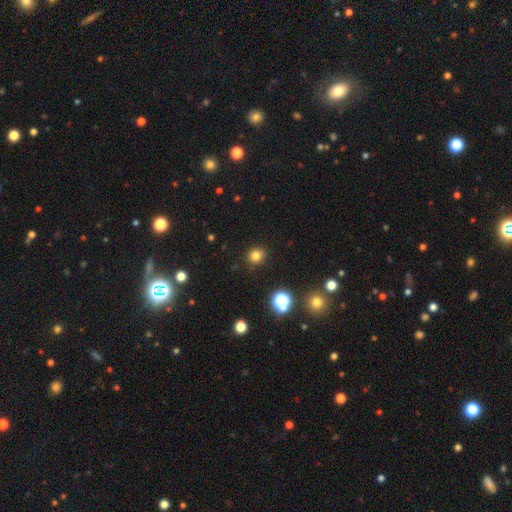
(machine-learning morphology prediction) A smooth galaxy with no disk features (79%) that is round (80%).

Vote fractions:
- Smooth or featured? smooth: 79% / star or artifact: 15% / featured or disk: 5%
- How rounded? round: 80% / in between: 19% / cigar-shaped: 1%
- Merging? none: 89% / minor disturbance: 7% / major disturbance: 2% / merger: 1%